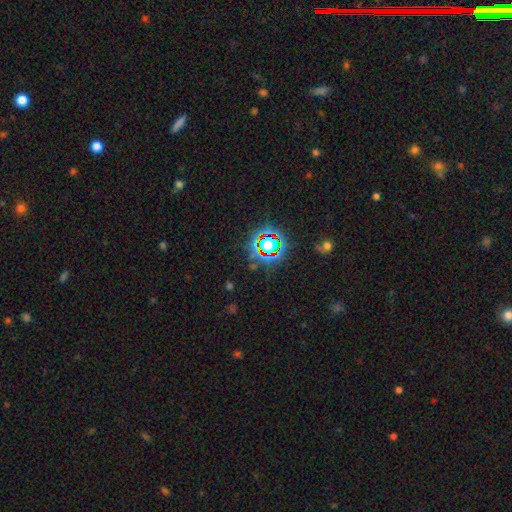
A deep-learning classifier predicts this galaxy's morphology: A star or artifact, not a galaxy (76%).